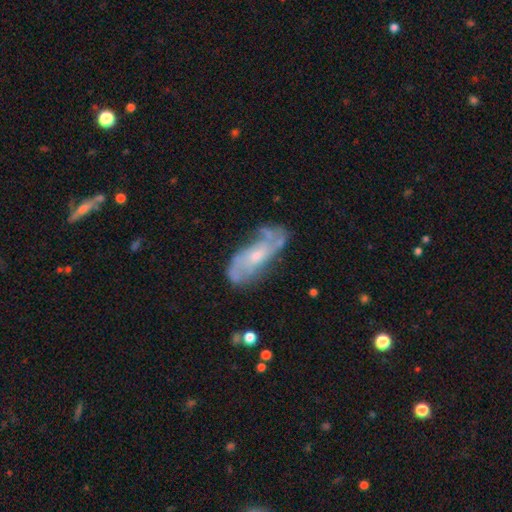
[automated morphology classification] The model was most divided on "spiral winding": medium: 41%, loose: 32%, tight: 27%. Remaining: edge-on disk — no (89%); spiral arms — yes (84%); smooth or featured — featured or disk (74%); bar — no (66%); merging — none (58%); bulge size — small (52%); spiral arm count — 2 (49%).